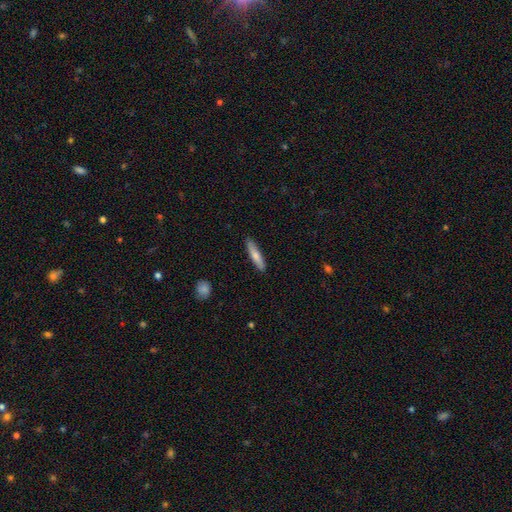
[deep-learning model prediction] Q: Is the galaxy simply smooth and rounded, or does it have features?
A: smooth — 70%.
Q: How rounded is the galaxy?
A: cigar-shaped — 86%.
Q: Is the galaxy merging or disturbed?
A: none — 89%.